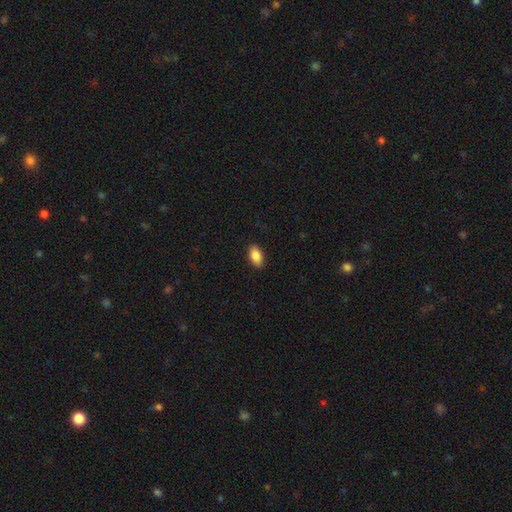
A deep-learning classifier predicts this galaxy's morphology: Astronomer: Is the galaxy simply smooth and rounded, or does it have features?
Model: smooth — 87%.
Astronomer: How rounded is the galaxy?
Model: in between — 93%.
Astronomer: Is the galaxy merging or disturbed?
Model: none — 89%.